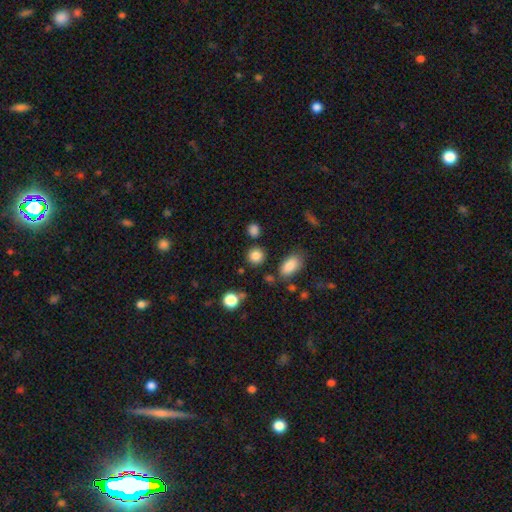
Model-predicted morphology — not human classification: type=smooth (84%); roundness=round (86%); merging=none (83%).